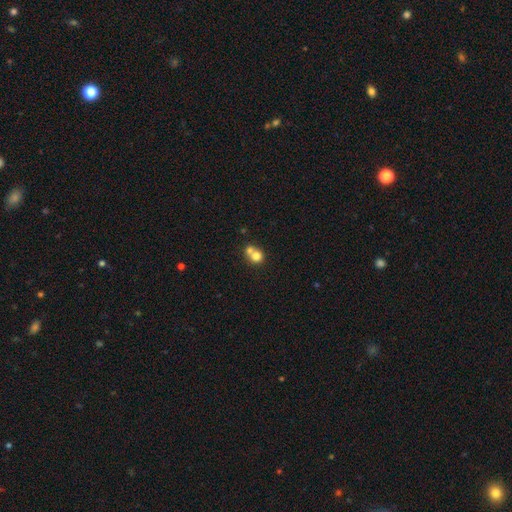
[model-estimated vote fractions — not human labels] This is likely a smooth galaxy (74%). How rounded: clearly round (82%). Merging: possibly merger (56%).